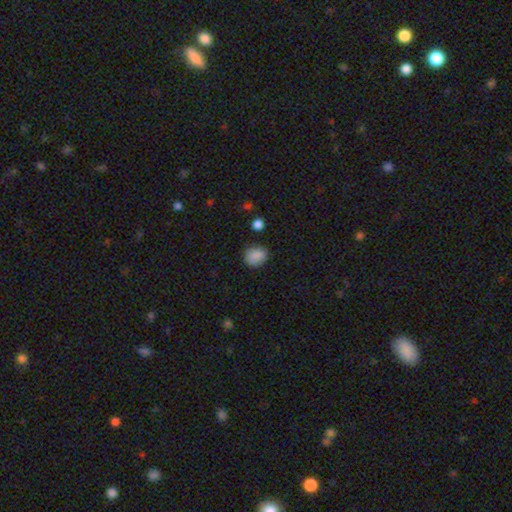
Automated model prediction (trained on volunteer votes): Smooth or featured? Predicted: smooth (p=0.87). How rounded? Predicted: round (p=0.65). Merging? Predicted: none (p=0.80).